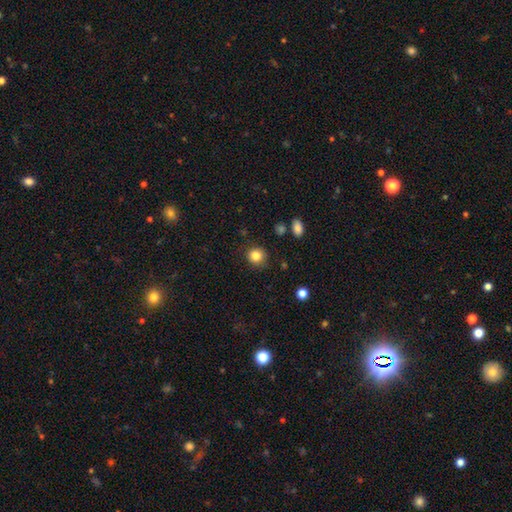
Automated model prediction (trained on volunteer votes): The model was most divided on "smooth or featured": smooth: 84%, star or artifact: 11%, featured or disk: 5%. More confident: how rounded — round (87%); merging — none (86%).